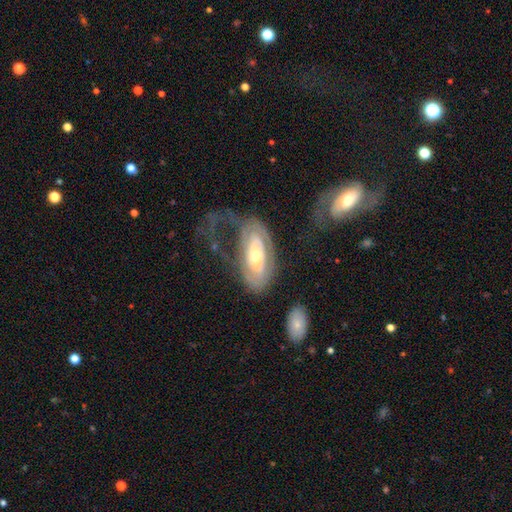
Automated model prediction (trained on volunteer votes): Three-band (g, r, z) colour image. It shows a featured or disk galaxy (75%) with no bar (66%), spiral arms (71%) and a moderate central bulge (56%). Merging: major disturbance (46%).